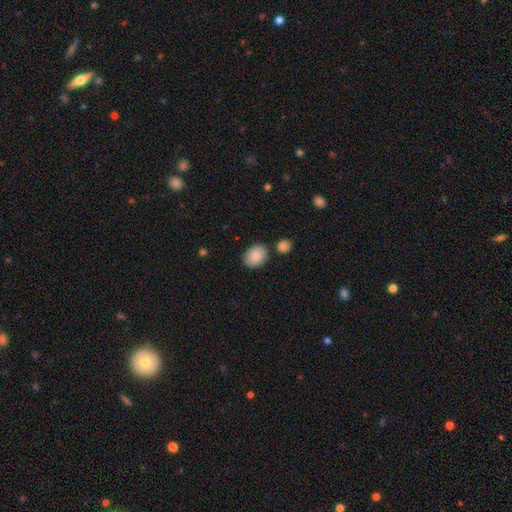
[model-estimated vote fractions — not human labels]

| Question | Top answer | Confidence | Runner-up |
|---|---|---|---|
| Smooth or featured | smooth | 85% | featured or disk (8%) |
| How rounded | in between | 73% | round (26%) |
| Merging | none | 77% | minor disturbance (13%) |